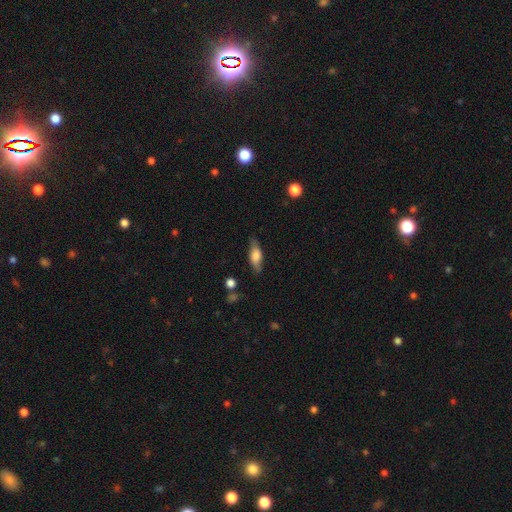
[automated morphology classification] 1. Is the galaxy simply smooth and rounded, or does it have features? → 60% smooth, 33% featured or disk, 7% star or artifact.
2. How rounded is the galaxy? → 65% in between, 32% cigar-shaped, 4% round.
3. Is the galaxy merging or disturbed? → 78% none, 17% minor disturbance, 4% major disturbance, 2% merger.